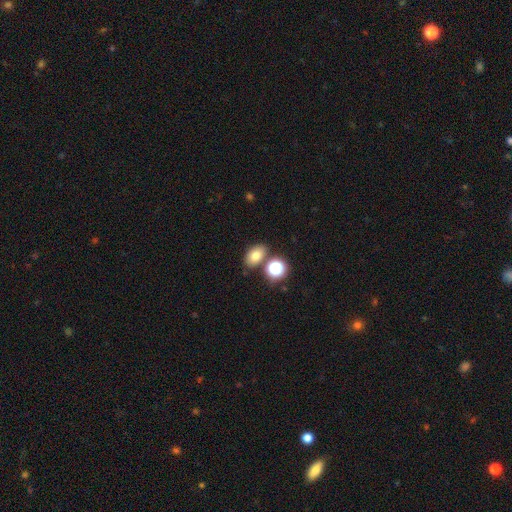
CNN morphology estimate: Q: Smooth or featured?
A: smooth (75%); runner-up: star or artifact (15%)
Q: How rounded?
A: in between (76%); runner-up: round (23%)
Q: Merging?
A: none (72%); runner-up: merger (13%)